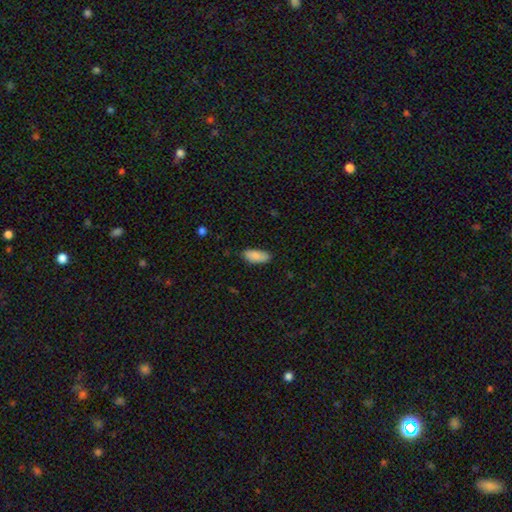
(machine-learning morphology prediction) Overall: smooth (87%). How rounded: in between (88%). Merging: none (83%).